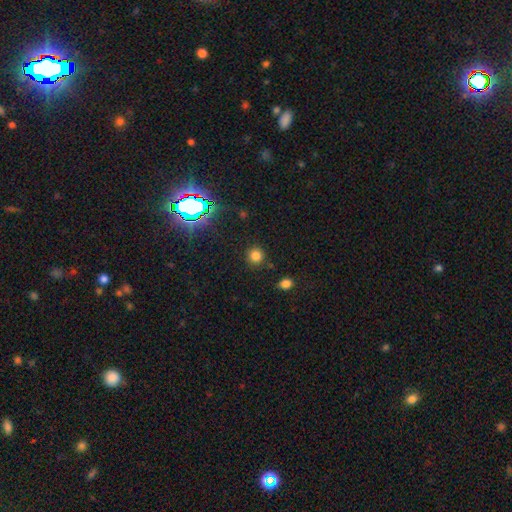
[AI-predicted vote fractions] This appears to be a smooth galaxy with no disk features (78%) that is round (91%). Merging: none (86%).